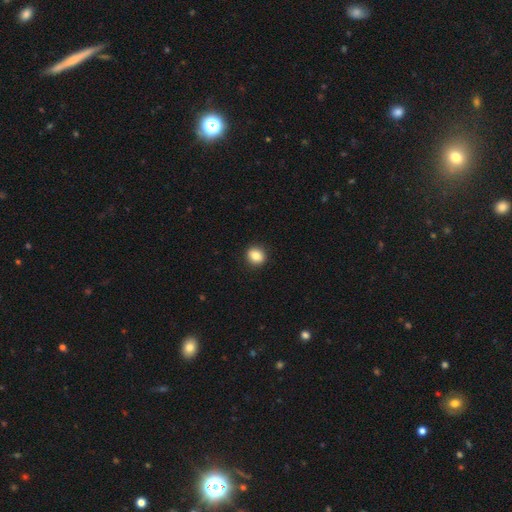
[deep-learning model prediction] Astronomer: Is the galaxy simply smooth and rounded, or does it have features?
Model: smooth — 85%.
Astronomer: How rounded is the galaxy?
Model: round — 78%.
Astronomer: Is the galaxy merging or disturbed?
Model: none — 92%.